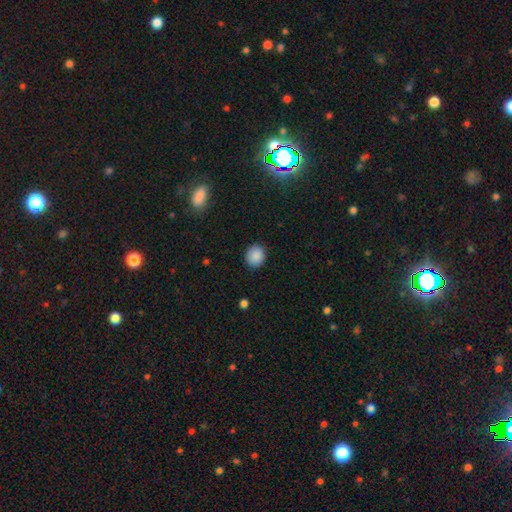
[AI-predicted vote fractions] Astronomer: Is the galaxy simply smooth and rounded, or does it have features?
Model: smooth — 88%.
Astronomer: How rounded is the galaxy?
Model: round — 78%.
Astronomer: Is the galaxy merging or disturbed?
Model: none — 89%.